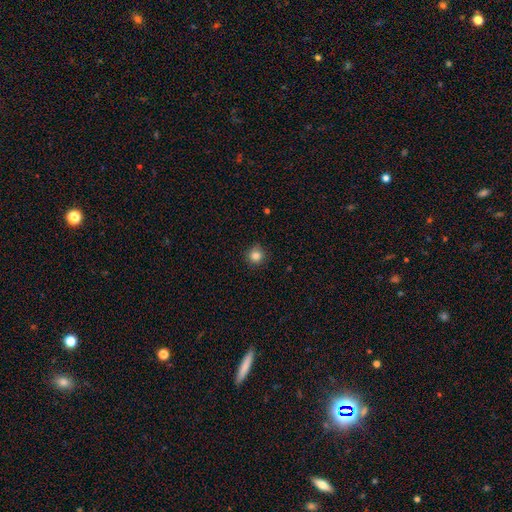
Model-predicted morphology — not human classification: smooth_or_featured: smooth (p=0.84) [alt: star or artifact p=0.12]
how_rounded: round (p=0.94) [alt: in between p=0.05]
merging: none (p=0.87) [alt: minor disturbance p=0.09]